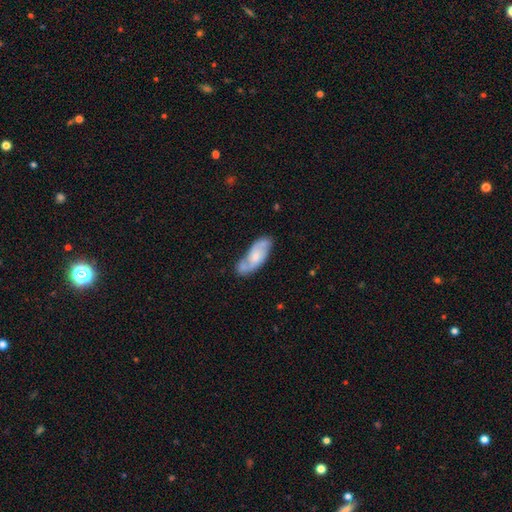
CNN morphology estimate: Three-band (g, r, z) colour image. It shows a featured or disk galaxy (51%). Merging: none (55%).